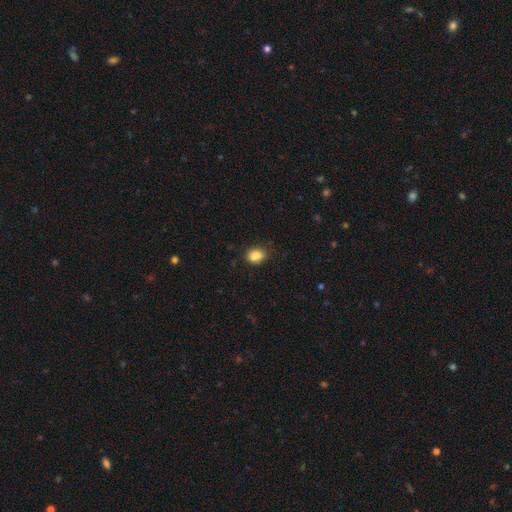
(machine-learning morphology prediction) A smooth galaxy with no disk features (85%) that is in between round and cigar-shaped (62%).

Vote fractions:
- Smooth or featured? smooth: 85% / star or artifact: 10% / featured or disk: 6%
- How rounded? in between: 62% / round: 36% / cigar-shaped: 1%
- Merging? none: 71% / minor disturbance: 21% / major disturbance: 4% / merger: 3%